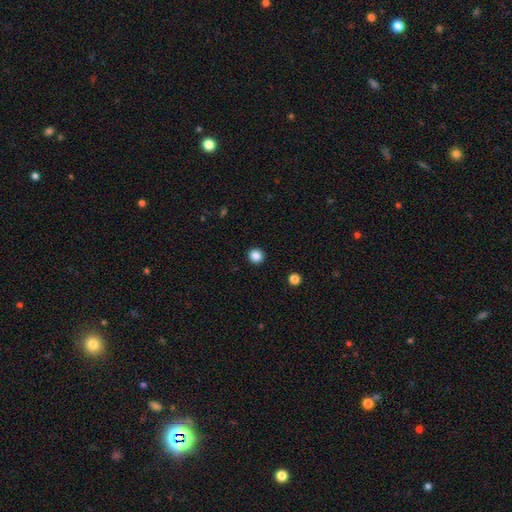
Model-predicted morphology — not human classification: The model was most divided on "smooth or featured": smooth: 86%, star or artifact: 11%, featured or disk: 3%. More confident: how rounded — round (94%); merging — none (93%).